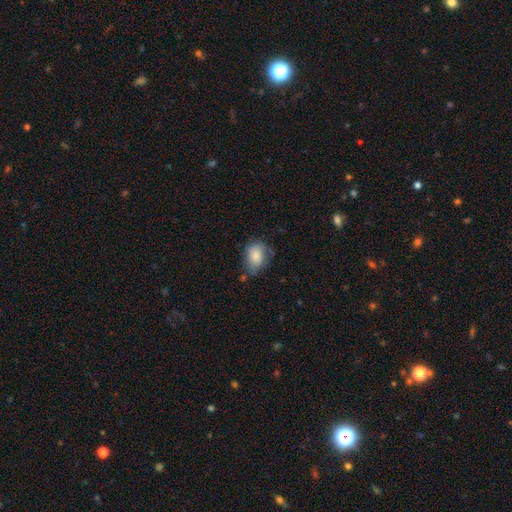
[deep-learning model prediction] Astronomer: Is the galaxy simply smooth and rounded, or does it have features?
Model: smooth — 80%.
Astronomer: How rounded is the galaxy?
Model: in between — 75%.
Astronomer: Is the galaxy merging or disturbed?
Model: none — 53% (runner-up: minor disturbance, 33%).